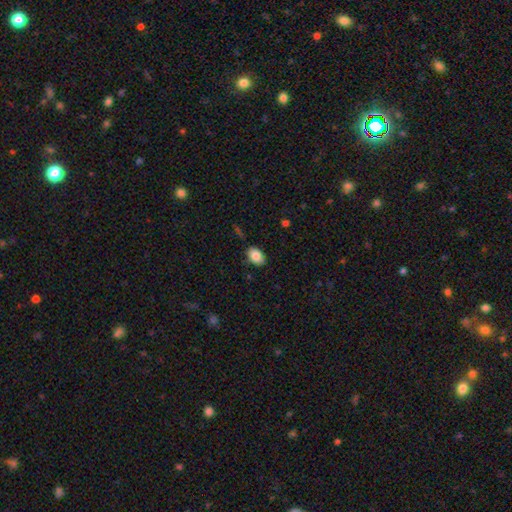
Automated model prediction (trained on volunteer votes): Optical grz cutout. It shows a smooth galaxy with no disk features (85%) that is in between round and cigar-shaped (85%). Merging: none (84%).